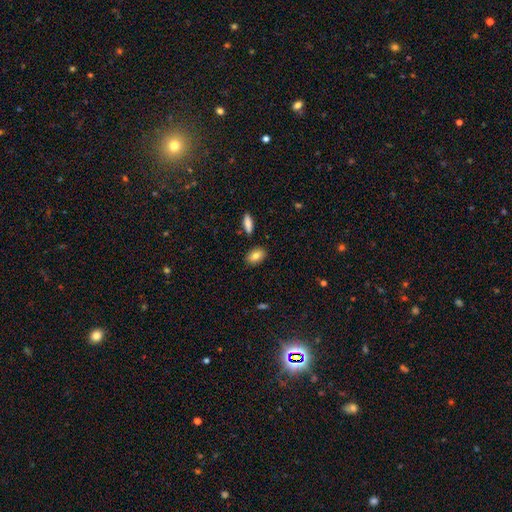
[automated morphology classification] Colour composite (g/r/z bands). It shows a smooth galaxy with no disk features (83%) that is in between round and cigar-shaped (87%). Merging: none (86%).